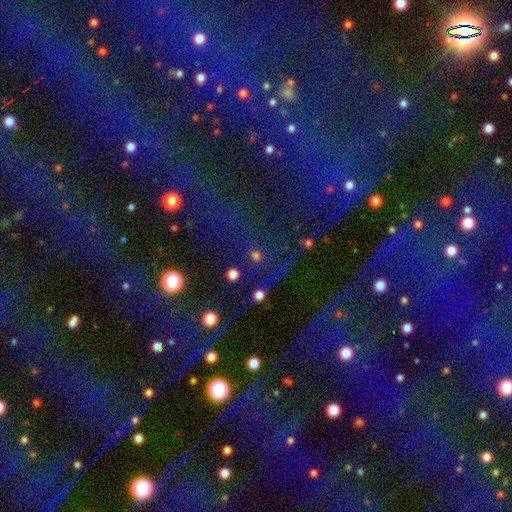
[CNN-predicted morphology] This appears to be a star or artifact, not a galaxy (76%).